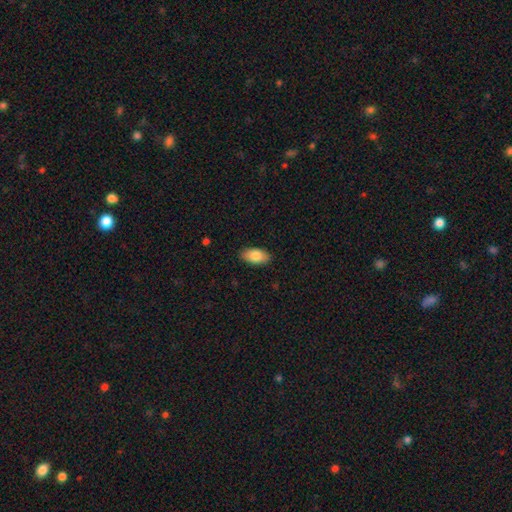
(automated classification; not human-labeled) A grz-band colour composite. It shows a smooth galaxy with no disk features (82%) that is in between round and cigar-shaped (94%). Merging: none (89%).